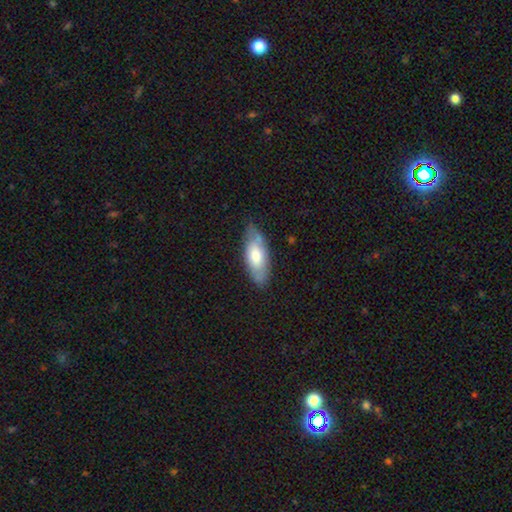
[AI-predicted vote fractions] This appears to be a smooth galaxy with no disk features (61%) that is in between round and cigar-shaped (77%). Merging: none (71%).